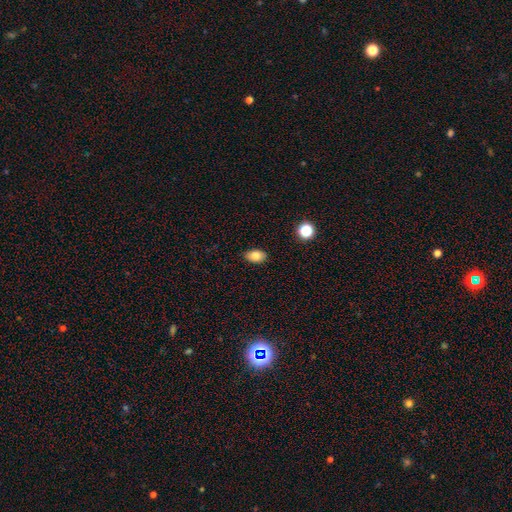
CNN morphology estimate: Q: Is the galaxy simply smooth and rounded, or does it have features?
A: smooth — 84%.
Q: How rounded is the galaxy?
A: in between — 86%.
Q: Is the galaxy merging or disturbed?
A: none — 86%.